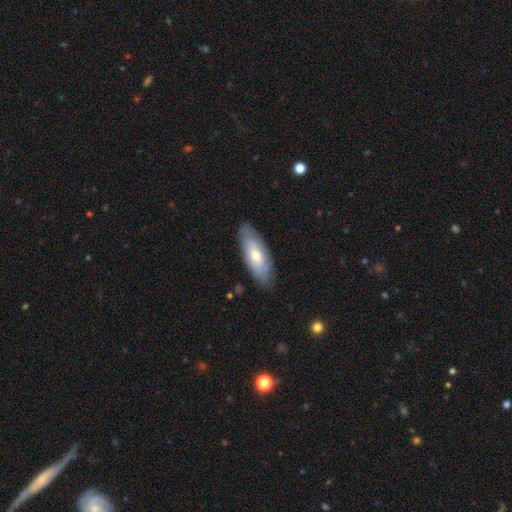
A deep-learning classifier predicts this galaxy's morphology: This appears to be a smooth galaxy with no disk features (60%) that is in between round and cigar-shaped (69%). Merging: none (82%).